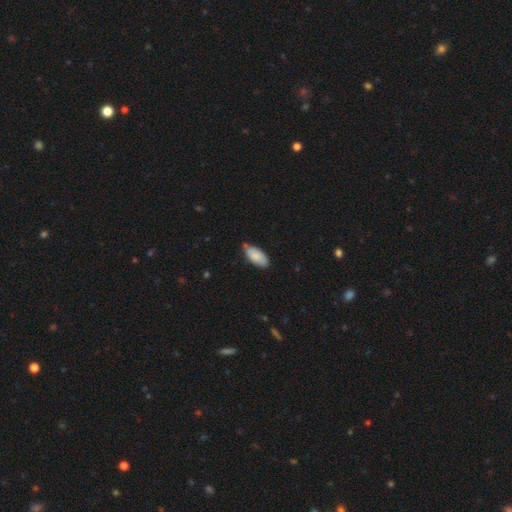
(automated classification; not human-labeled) The model was most divided on "merging": none: 69%, minor disturbance: 25%, major disturbance: 3%, merger: 3%. More confident: how rounded — in between (92%); smooth or featured — smooth (86%).